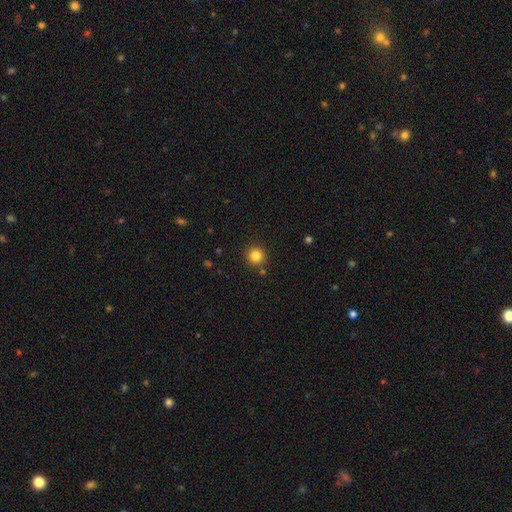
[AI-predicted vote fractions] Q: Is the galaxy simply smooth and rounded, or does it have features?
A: smooth — 83%.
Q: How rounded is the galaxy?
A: round — 94%.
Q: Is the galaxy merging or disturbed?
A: none — 87%.